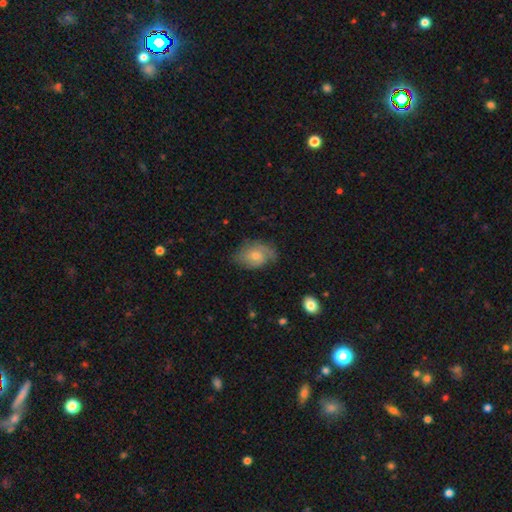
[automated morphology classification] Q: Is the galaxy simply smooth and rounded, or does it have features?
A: featured or disk — 52%.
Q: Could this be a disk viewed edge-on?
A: no — 95%.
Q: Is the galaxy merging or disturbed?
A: none — 63%.